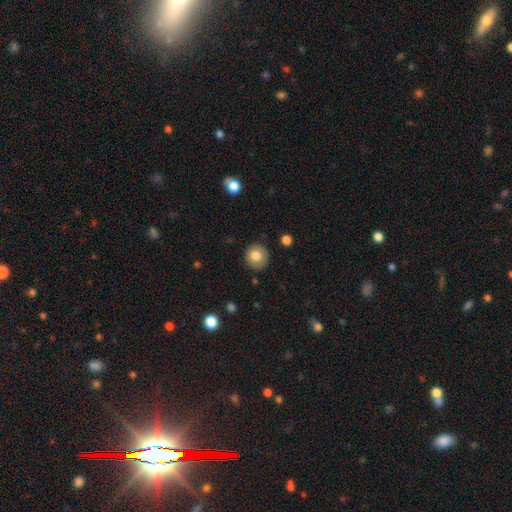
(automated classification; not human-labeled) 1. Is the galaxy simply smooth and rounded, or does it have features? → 81% smooth, 10% featured or disk, 9% star or artifact.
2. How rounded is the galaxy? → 92% round, 8% in between, 1% cigar-shaped.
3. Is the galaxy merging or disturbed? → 88% none, 9% minor disturbance, 2% major disturbance, 1% merger.